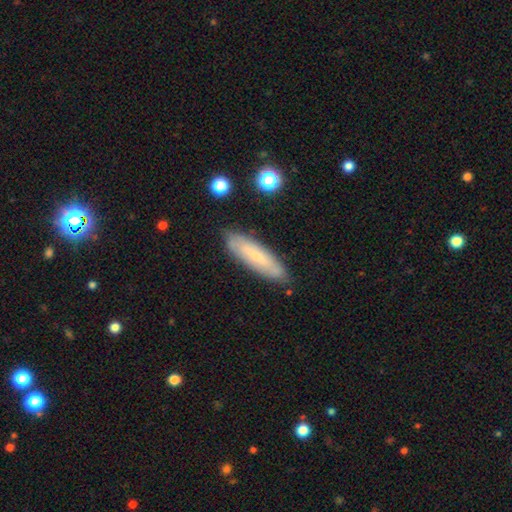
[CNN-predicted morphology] Smooth or featured: smooth — 65% (featured or disk — 28%)
How rounded: cigar-shaped — 68% (in between — 31%)
Merging: none — 84% (minor disturbance — 12%)